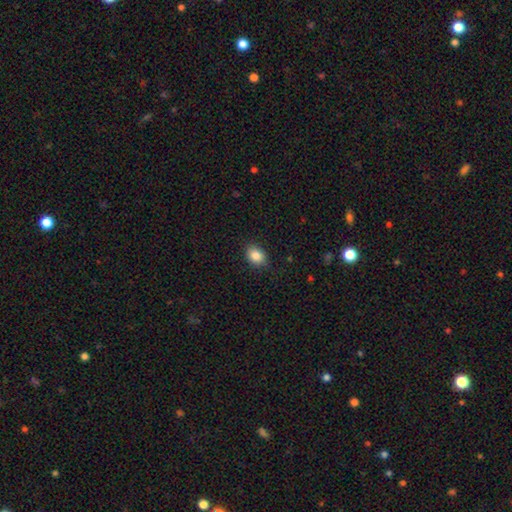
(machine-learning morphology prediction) smooth_or_featured: smooth (p=0.85) [alt: star or artifact p=0.09]
how_rounded: in between (p=0.63) [alt: round p=0.36]
merging: none (p=0.85) [alt: minor disturbance p=0.11]